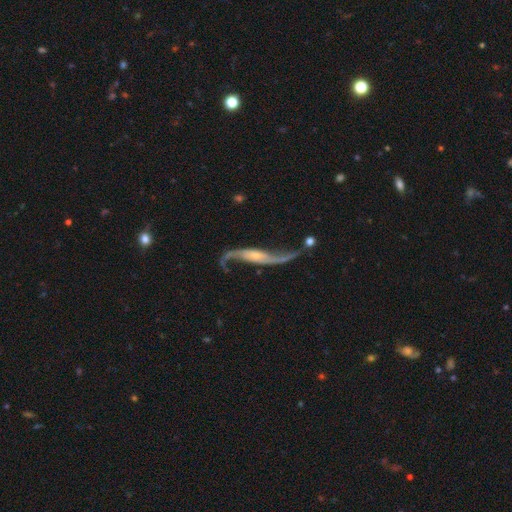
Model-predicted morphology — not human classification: type=featured or disk (88%); edge-on=no (84%); bar=no (48%); spiral arms=yes (95%); winding=loose (93%); arm count=2 (93%); bulge=small (57%); merging=none (60%).